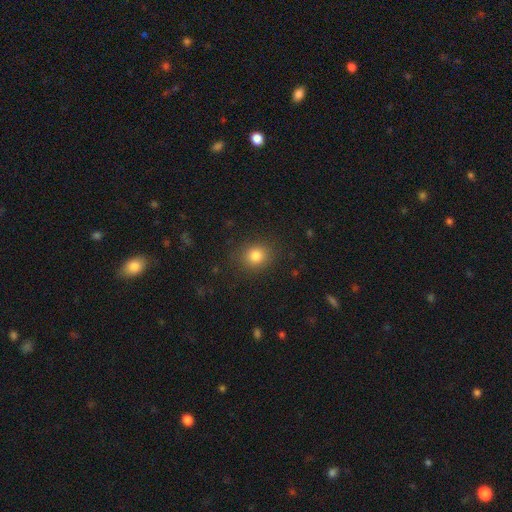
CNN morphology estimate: Smooth or featured: smooth — 82% (star or artifact — 12%)
How rounded: round — 74% (in between — 25%)
Merging: none — 87% (minor disturbance — 9%)